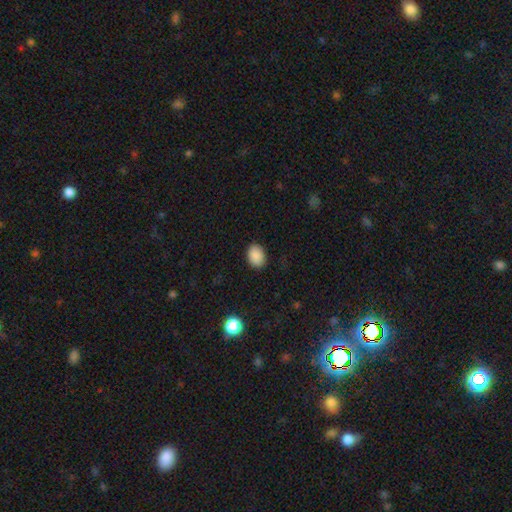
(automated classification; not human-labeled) Smooth or featured: smooth — 89% (star or artifact — 8%)
How rounded: in between — 73% (round — 26%)
Merging: none — 88% (minor disturbance — 9%)